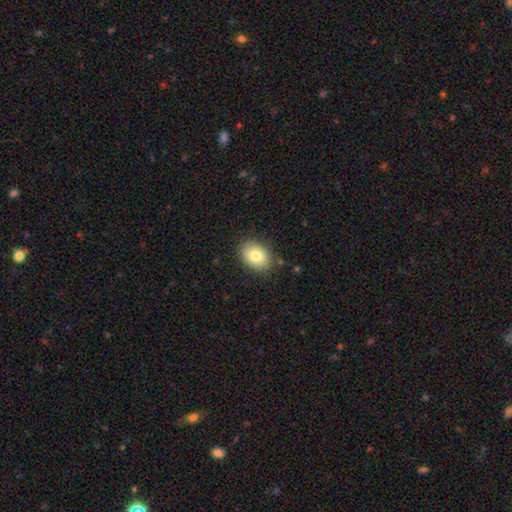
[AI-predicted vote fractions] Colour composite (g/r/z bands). It shows a smooth galaxy with no disk features (81%) that is in between round and cigar-shaped (76%). Merging: none (84%).